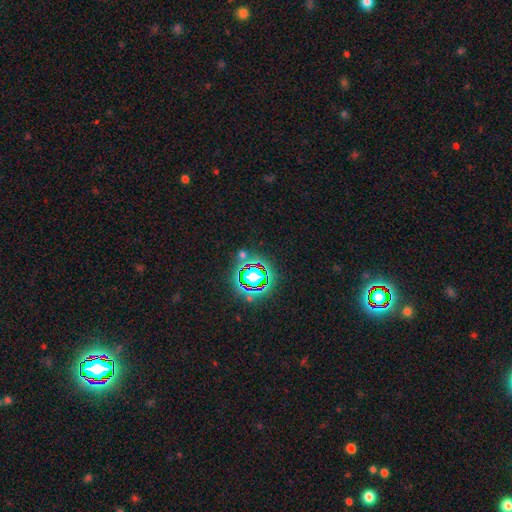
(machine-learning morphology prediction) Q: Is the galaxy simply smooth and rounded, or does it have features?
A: star or artifact — 81%.